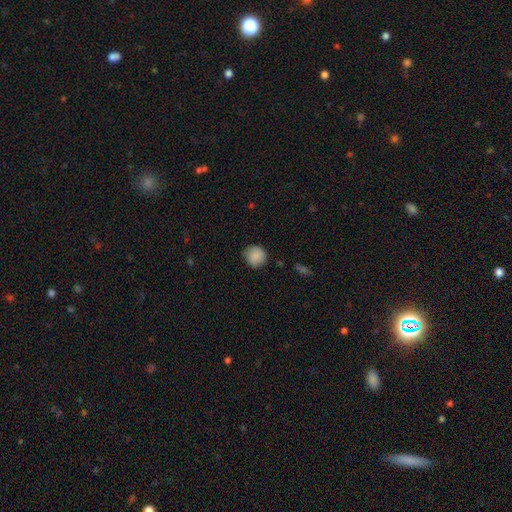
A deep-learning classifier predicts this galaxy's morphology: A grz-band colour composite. It shows a smooth galaxy with no disk features (88%) that is round (89%). Merging: none (81%).